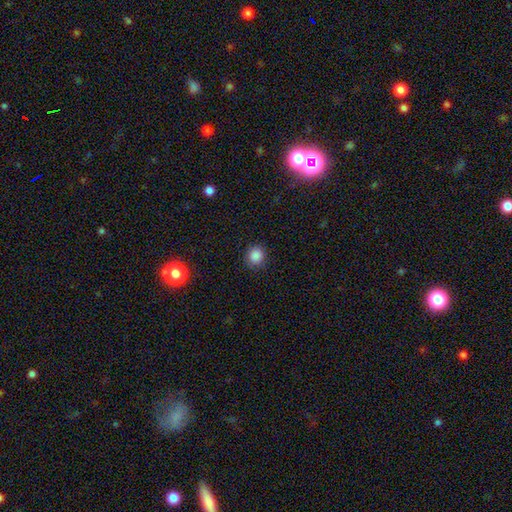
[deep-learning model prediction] Smooth or featured?
  - smooth: 86% *
  - star or artifact: 11%
  - featured or disk: 3%
How rounded?
  - round: 87% *
  - in between: 12%
  - cigar-shaped: 1%
Merging?
  - none: 88% *
  - minor disturbance: 8%
  - major disturbance: 3%
  - merger: 1%